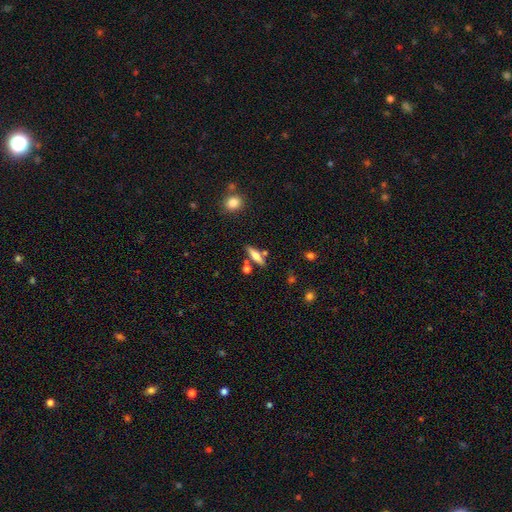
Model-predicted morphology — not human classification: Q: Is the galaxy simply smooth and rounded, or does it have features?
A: featured or disk — 46%, tied with smooth.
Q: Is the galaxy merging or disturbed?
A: none — 75%.